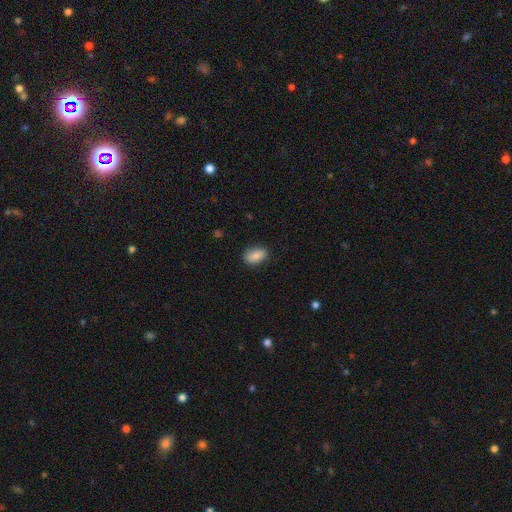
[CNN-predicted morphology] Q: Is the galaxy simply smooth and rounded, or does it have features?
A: smooth — 83%.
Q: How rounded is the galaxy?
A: in between — 88%.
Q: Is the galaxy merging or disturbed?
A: none — 82%.